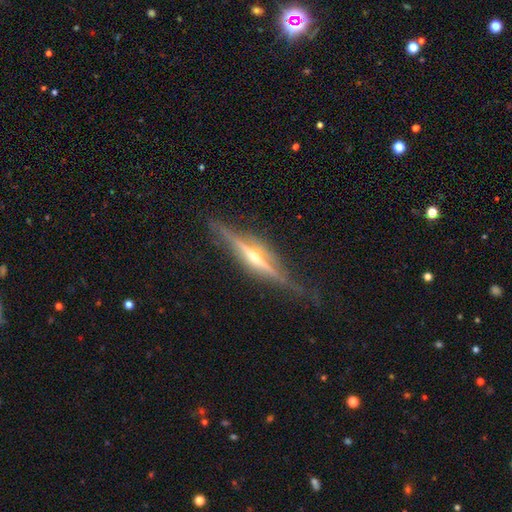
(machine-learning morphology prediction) This is clearly a featured or disk galaxy (85%). It is clearly viewed edge-on (97%). Edge-on bulge: clearly rounded (89%). Merging: clearly none (83%).